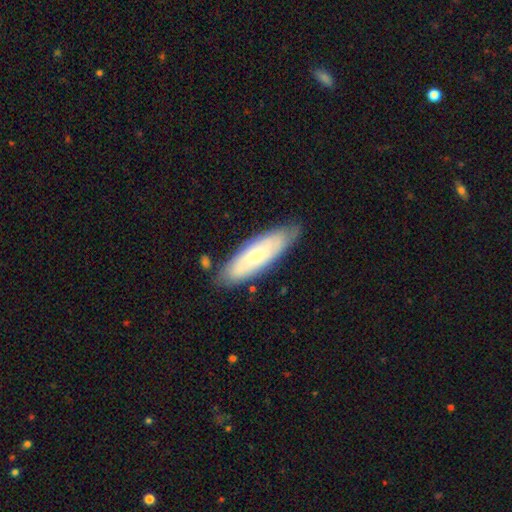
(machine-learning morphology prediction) smooth_or_featured: smooth (p=0.50) [alt: featured or disk p=0.44]
how_rounded: in between (p=0.51) [alt: cigar-shaped p=0.47]
merging: none (p=0.76) [alt: minor disturbance p=0.18]